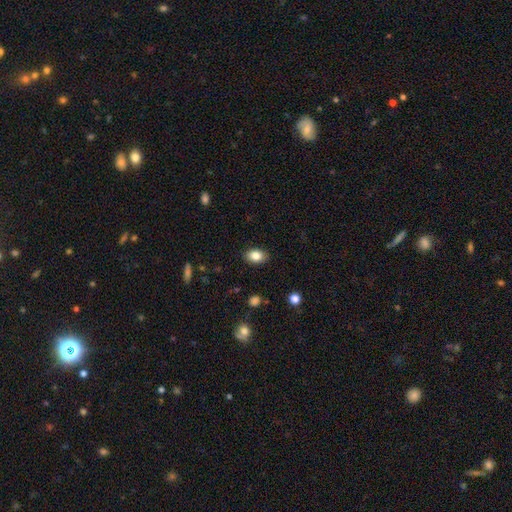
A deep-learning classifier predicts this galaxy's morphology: This is clearly a smooth galaxy (84%). How rounded: clearly in between (83%). Merging: clearly none (88%).